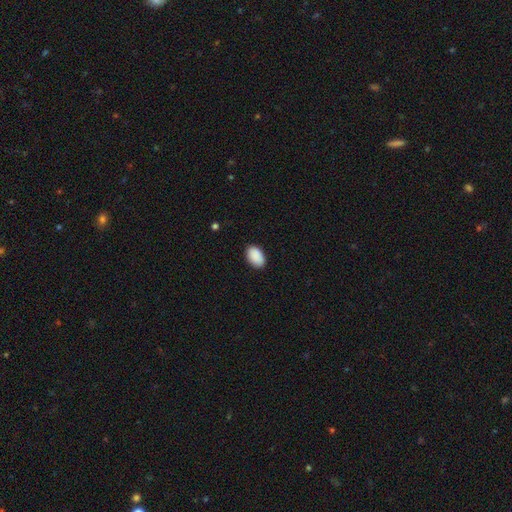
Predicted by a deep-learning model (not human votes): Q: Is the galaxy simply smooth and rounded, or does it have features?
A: smooth — 91%.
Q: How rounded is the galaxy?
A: in between — 91%.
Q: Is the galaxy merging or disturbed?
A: none — 88%.